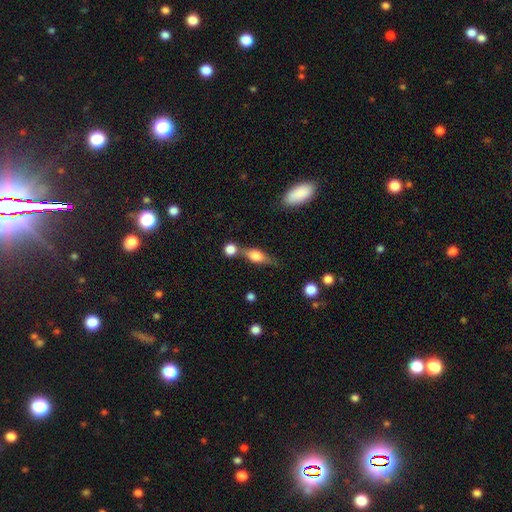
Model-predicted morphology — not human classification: Q: Smooth or featured?
A: smooth (48%); runner-up: featured or disk (42%)
Q: Merging?
A: none (56%); runner-up: merger (23%)